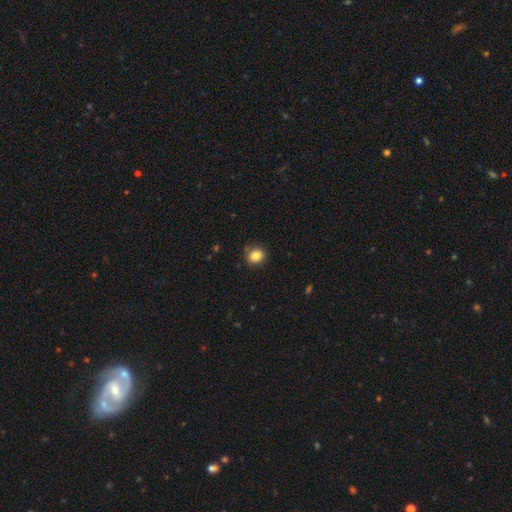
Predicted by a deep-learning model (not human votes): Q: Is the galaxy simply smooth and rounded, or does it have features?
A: smooth — 84%.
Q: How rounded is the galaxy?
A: round — 78%.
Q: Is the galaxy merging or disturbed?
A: none — 83%.